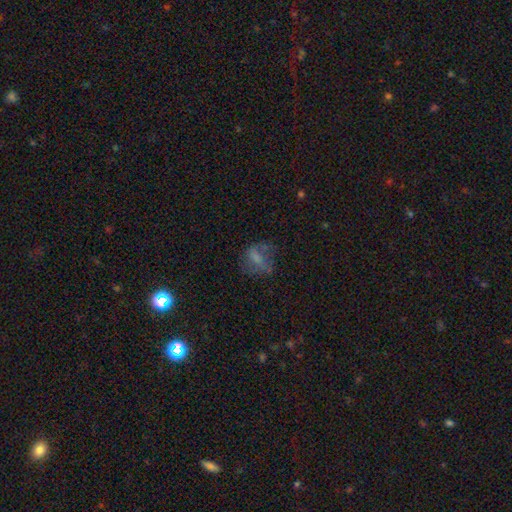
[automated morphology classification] Q: Smooth or featured?
A: smooth (50%); runner-up: featured or disk (32%)
Q: How rounded?
A: in between (53%); runner-up: round (43%)
Q: Merging?
A: none (50%); runner-up: major disturbance (25%)